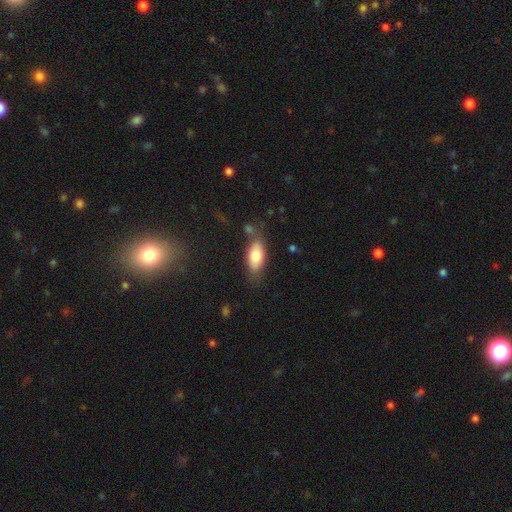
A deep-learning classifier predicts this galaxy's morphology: smooth_or_featured: smooth (p=0.76) [alt: featured or disk p=0.17]
how_rounded: in between (p=0.87) [alt: cigar-shaped p=0.10]
merging: none (p=0.70) [alt: minor disturbance p=0.19]